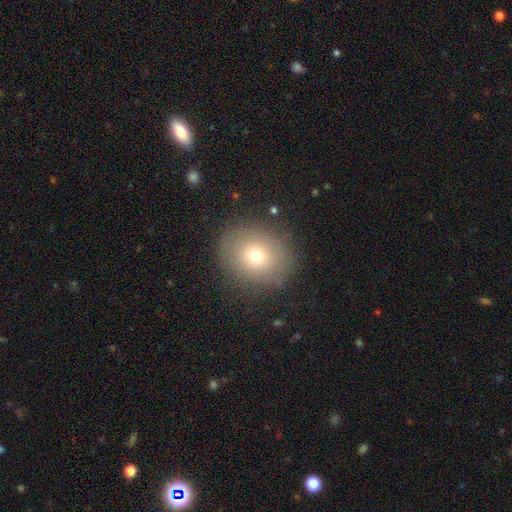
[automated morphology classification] Smooth or featured? smooth (70%)
How rounded? round (73%)
Merging? none (84%)